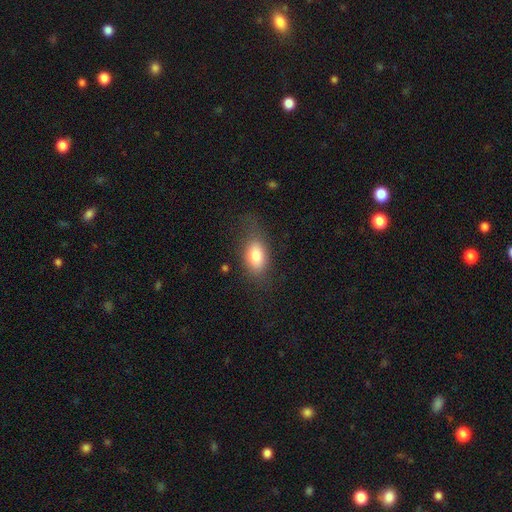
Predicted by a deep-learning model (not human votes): Smooth or featured: smooth — 79% (featured or disk — 13%)
How rounded: in between — 87% (round — 10%)
Merging: none — 65% (minor disturbance — 21%)